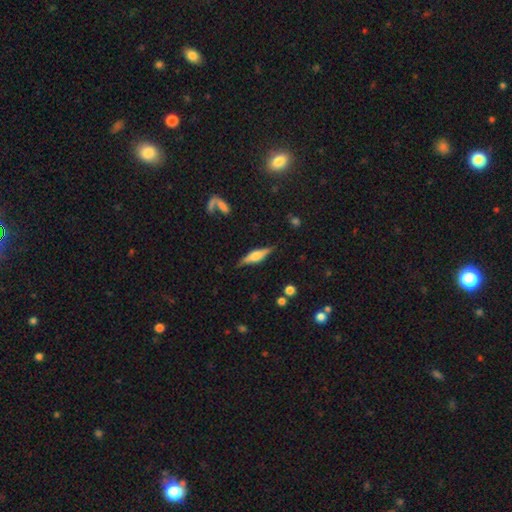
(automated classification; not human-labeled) Q: Smooth or featured?
A: featured or disk (63%); runner-up: smooth (30%)
Q: Edge-on disk?
A: yes (96%); runner-up: no (4%)
Q: Edge-on bulge?
A: rounded (75%); runner-up: boxy (21%)
Q: Merging?
A: none (84%); runner-up: minor disturbance (11%)